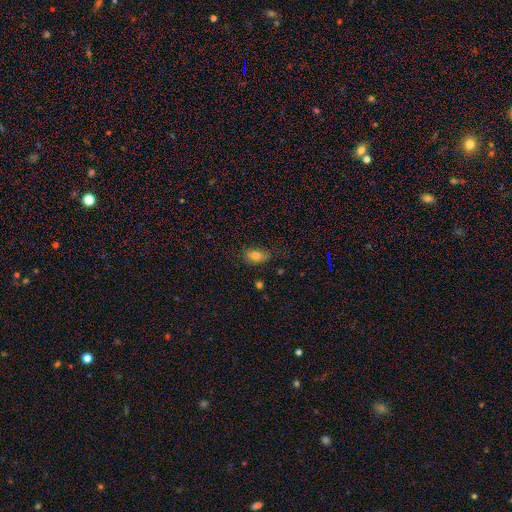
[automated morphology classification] smooth-or-featured: smooth: 78% | star or artifact: 12% | featured or disk: 10%
  how-rounded: in between: 84% | round: 13% | cigar-shaped: 4%
  merging: none: 63% | minor disturbance: 27% | major disturbance: 8% | merger: 3%